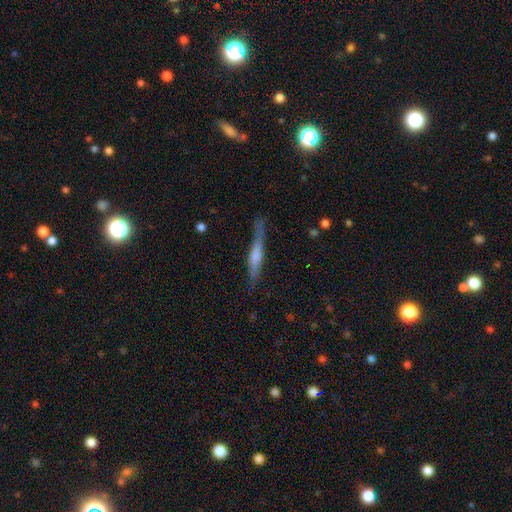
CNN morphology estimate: A featured or disk galaxy (64%) viewed edge-on (94%) with a rounded central bulge (71%).

Vote fractions:
- Smooth or featured? featured or disk: 64% / smooth: 25% / star or artifact: 10%
- Edge-on disk? yes: 94% / no: 6%
- Edge-on bulge? rounded: 71% / none: 17% / boxy: 12%
- Merging? none: 80% / minor disturbance: 14% / major disturbance: 3% / merger: 2%